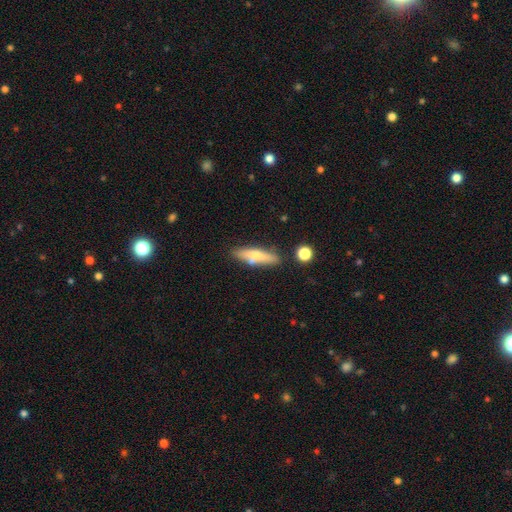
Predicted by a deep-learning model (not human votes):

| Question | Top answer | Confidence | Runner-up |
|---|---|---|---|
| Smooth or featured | smooth | 60% | featured or disk (33%) |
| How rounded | cigar-shaped | 71% | in between (27%) |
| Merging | none | 75% | minor disturbance (14%) |